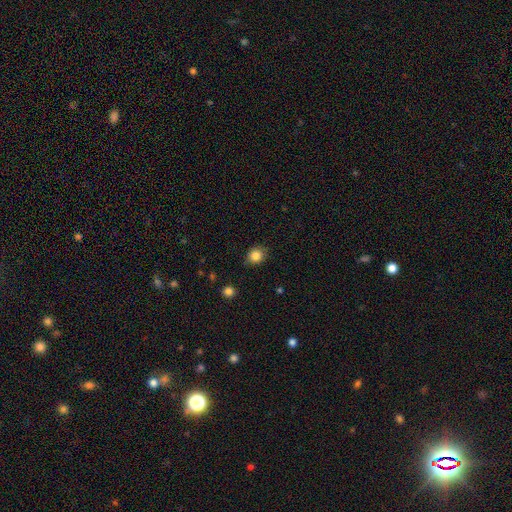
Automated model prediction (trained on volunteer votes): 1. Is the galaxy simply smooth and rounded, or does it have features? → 85% smooth, 10% star or artifact, 5% featured or disk.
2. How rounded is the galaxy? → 71% round, 28% in between, 1% cigar-shaped.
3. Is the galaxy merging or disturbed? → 81% none, 14% minor disturbance, 3% major disturbance, 1% merger.